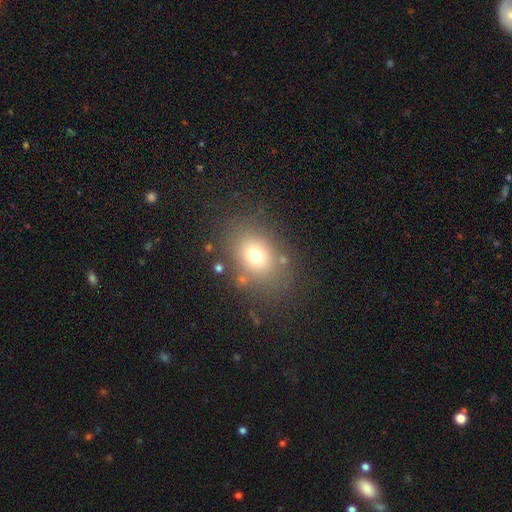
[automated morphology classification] Smooth or featured?
  - smooth: 73% *
  - star or artifact: 15%
  - featured or disk: 13%
How rounded?
  - in between: 67% *
  - round: 32%
  - cigar-shaped: 1%
Merging?
  - none: 79% *
  - minor disturbance: 12%
  - major disturbance: 6%
  - merger: 4%